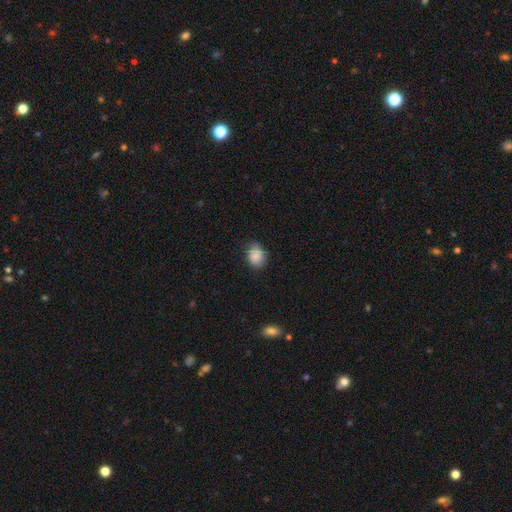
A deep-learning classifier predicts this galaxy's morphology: A smooth galaxy with no disk features (87%) that is in between round and cigar-shaped (53%). Merging: none (81%).